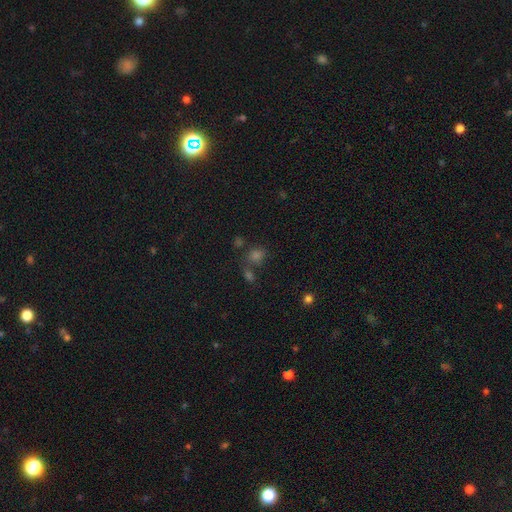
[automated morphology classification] This is possibly a smooth galaxy (56%). How rounded: likely round (73%). Merging: likely none (64%).